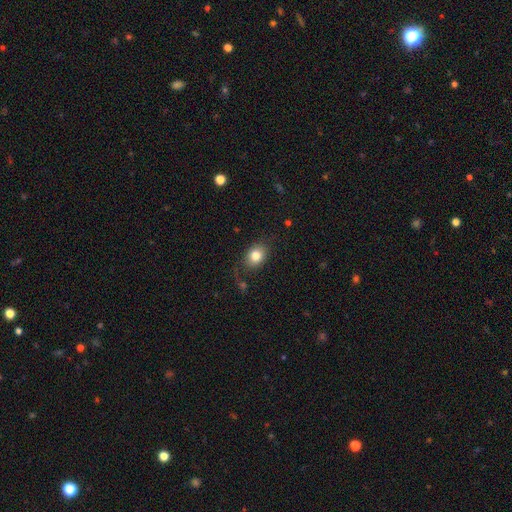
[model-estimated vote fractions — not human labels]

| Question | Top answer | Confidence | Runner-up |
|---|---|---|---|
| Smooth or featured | smooth | 82% | star or artifact (9%) |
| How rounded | in between | 59% | round (40%) |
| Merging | none | 78% | minor disturbance (14%) |